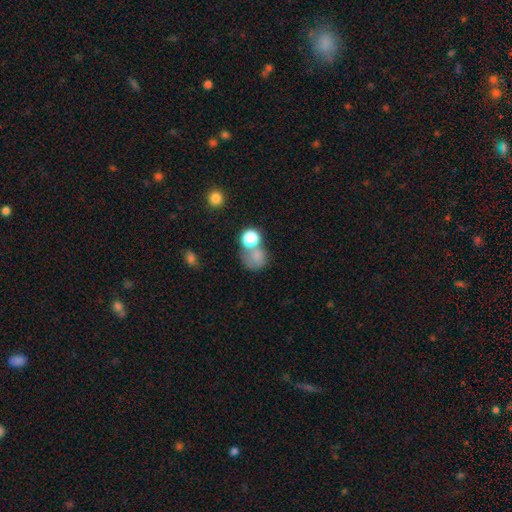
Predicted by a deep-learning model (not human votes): Morphology: type=smooth (73%); roundness=round (69%); merging=merger (38%).